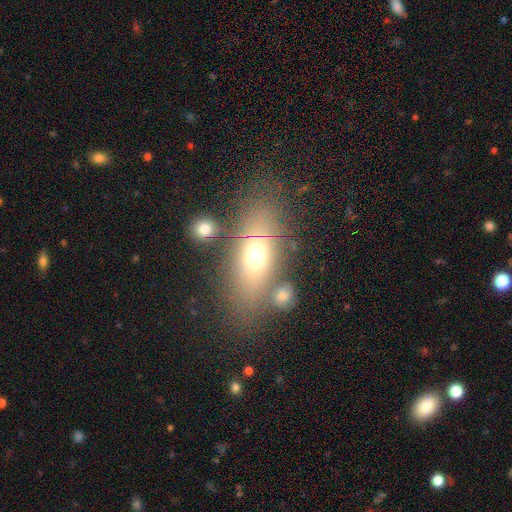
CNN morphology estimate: Smooth or featured? smooth (64%)
How rounded? in between (72%)
Merging? none (66%)